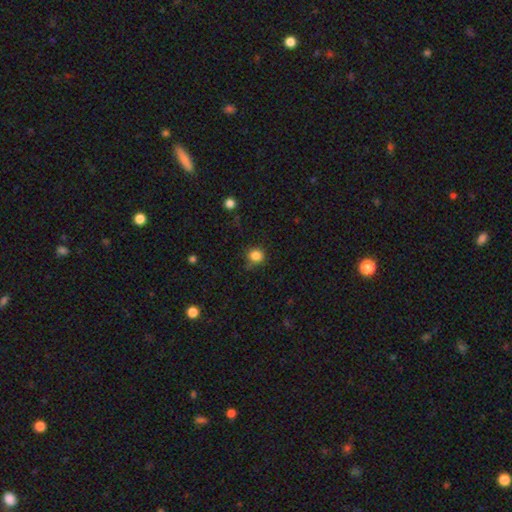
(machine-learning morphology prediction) smooth 84%, star or artifact 12%, featured or disk 4%. Down the decision tree: how rounded — round (89%); merging — none (78%).